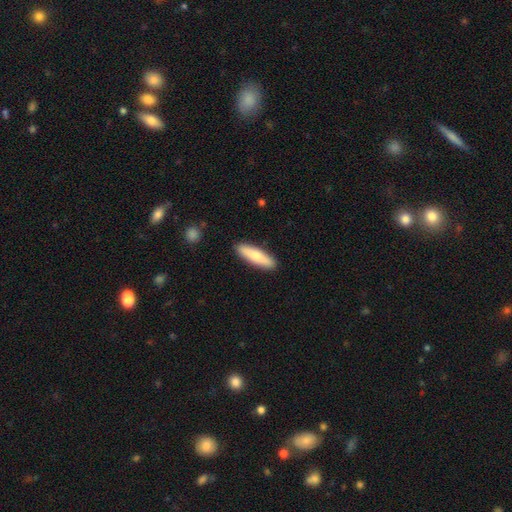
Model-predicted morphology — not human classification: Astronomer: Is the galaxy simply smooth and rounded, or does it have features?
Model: smooth — 70%.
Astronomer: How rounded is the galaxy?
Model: cigar-shaped — 70%.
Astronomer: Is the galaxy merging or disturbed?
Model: none — 89%.